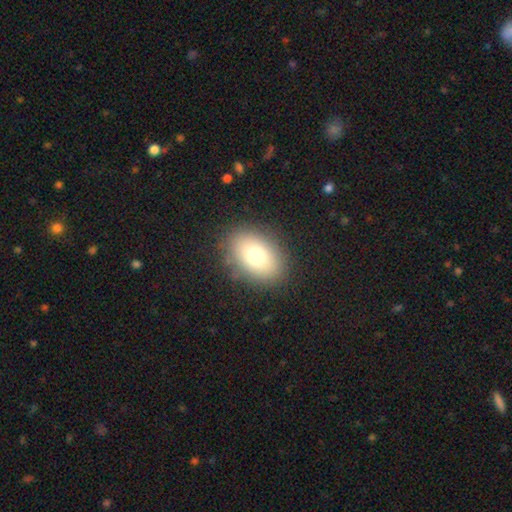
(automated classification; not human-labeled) Smooth or featured?
  - smooth: 76% *
  - featured or disk: 14%
  - star or artifact: 10%
How rounded?
  - in between: 81% *
  - round: 18%
  - cigar-shaped: 1%
Merging?
  - none: 87% *
  - minor disturbance: 9%
  - major disturbance: 3%
  - merger: 1%